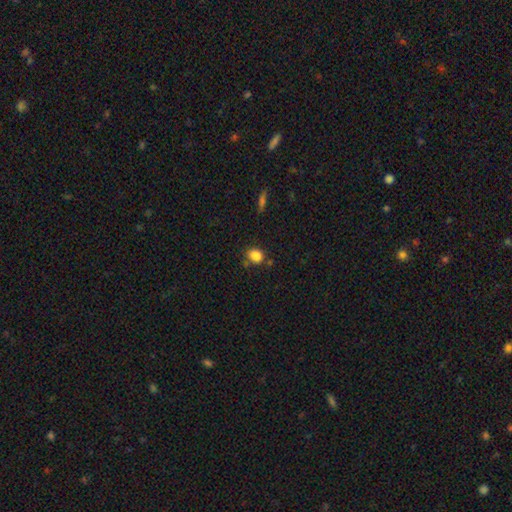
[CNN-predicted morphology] Q: Smooth or featured?
A: smooth (85%); runner-up: star or artifact (10%)
Q: How rounded?
A: in between (56%); runner-up: round (43%)
Q: Merging?
A: none (70%); runner-up: minor disturbance (17%)